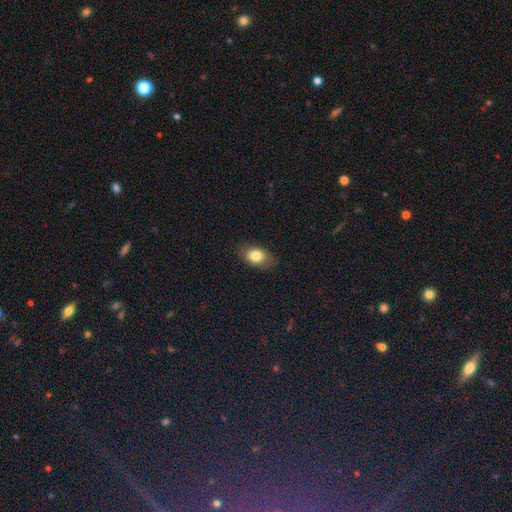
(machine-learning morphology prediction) Smooth or featured? Predicted: smooth (p=0.80). How rounded? Predicted: in between (p=0.83). Merging? Predicted: none (p=0.82).